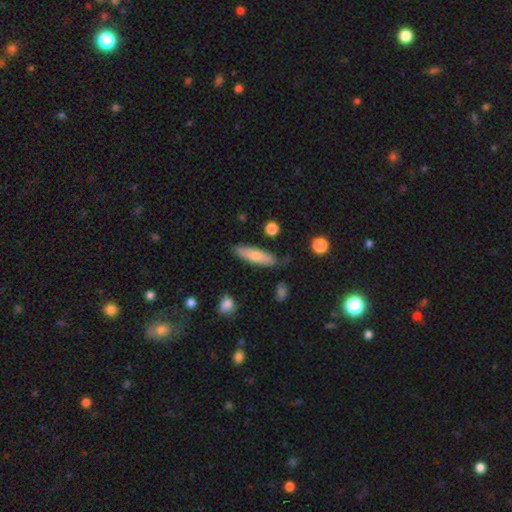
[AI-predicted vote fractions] This is likely a smooth galaxy (70%). How rounded: likely cigar-shaped (68%). Merging: likely none (80%).